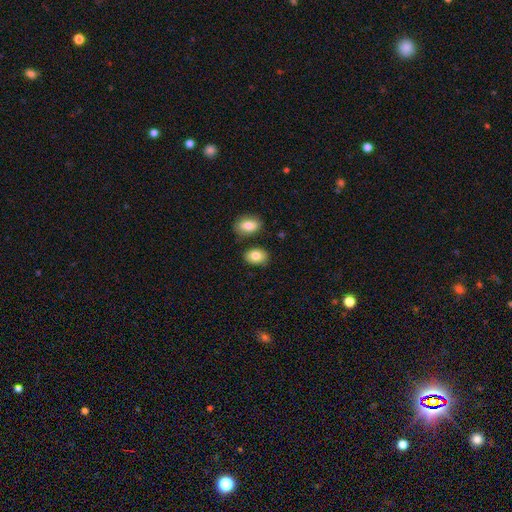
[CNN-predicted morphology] This appears to be a smooth galaxy with no disk features (82%) that is in between round and cigar-shaped (84%). Merging: none (78%).